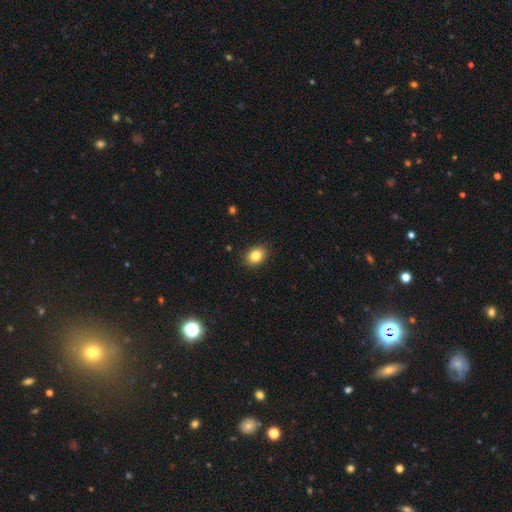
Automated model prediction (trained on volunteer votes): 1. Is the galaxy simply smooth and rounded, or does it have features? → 84% smooth, 10% star or artifact, 6% featured or disk.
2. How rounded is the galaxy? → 59% in between, 40% round, 1% cigar-shaped.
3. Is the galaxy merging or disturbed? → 89% none, 8% minor disturbance, 2% major disturbance, 1% merger.